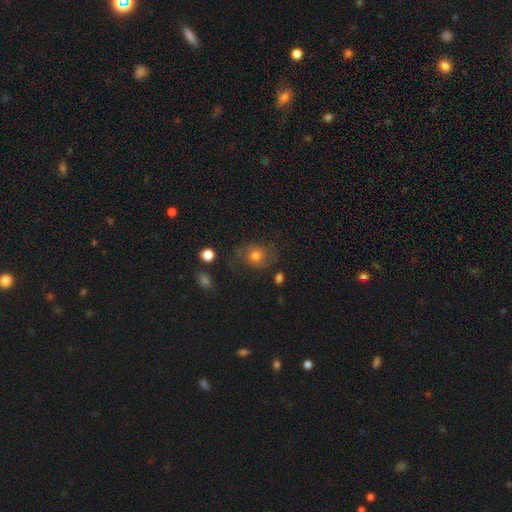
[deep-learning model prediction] Overall: smooth (69%). How rounded: round (60%; in between 39%). Merging: none (64%).